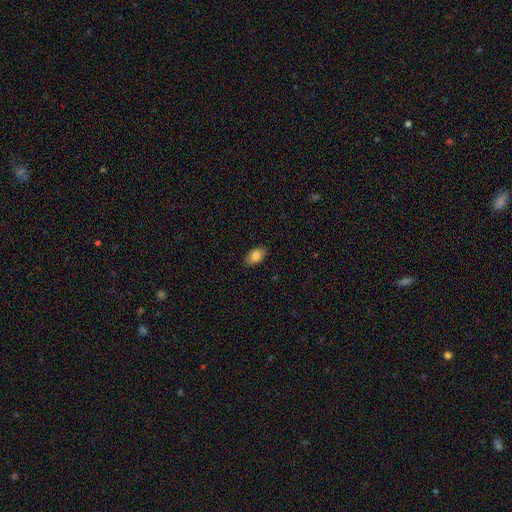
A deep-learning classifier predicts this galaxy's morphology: smooth_or_featured: smooth (p=0.84) [alt: featured or disk p=0.09]
how_rounded: in between (p=0.93) [alt: round p=0.05]
merging: none (p=0.86) [alt: minor disturbance p=0.11]